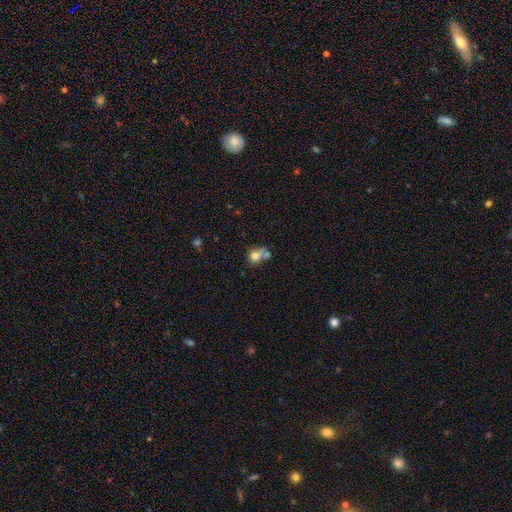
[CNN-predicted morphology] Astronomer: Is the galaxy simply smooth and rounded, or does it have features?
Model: smooth — 71%.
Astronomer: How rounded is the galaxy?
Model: round — 63%.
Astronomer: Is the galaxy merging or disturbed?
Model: merger — 40% (runner-up: none, 35%).